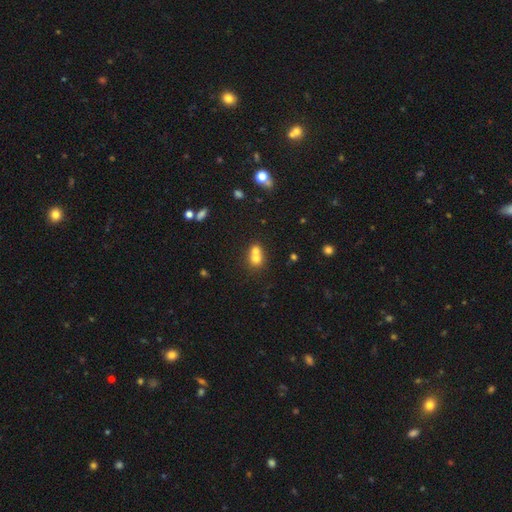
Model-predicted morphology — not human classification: smooth_or_featured: smooth (p=0.68) [alt: featured or disk p=0.19]
how_rounded: round (p=0.67) [alt: in between p=0.31]
merging: merger (p=0.67) [alt: none p=0.25]